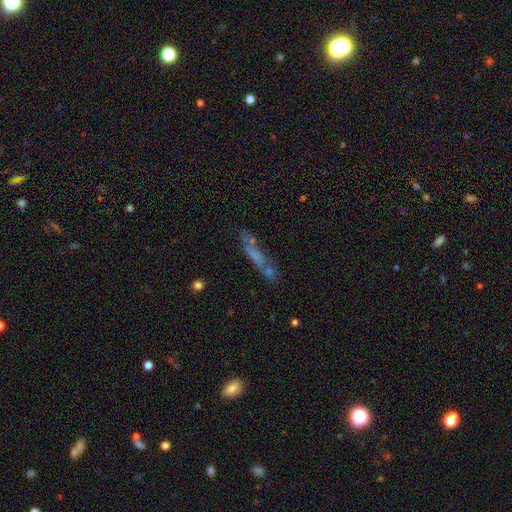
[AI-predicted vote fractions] Smooth or featured?
  - smooth: 46% *
  - featured or disk: 39%
  - star or artifact: 15%
Merging?
  - none: 59% *
  - minor disturbance: 17%
  - merger: 14%
  - major disturbance: 9%